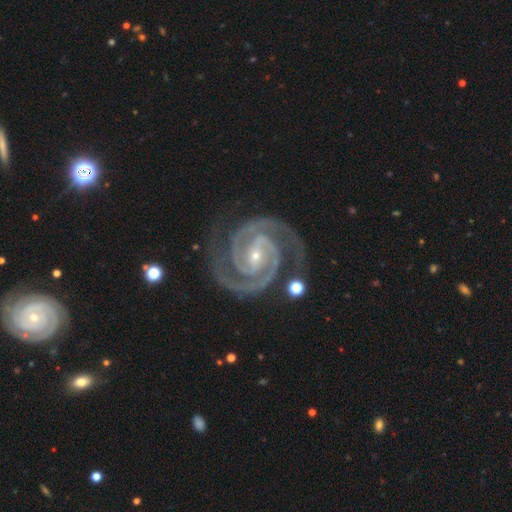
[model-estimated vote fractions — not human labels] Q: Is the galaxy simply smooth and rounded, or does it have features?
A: featured or disk — 94%.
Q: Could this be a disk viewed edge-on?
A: no — 98%.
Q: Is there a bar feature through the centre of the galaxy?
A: strong — 37%.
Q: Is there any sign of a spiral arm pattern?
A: yes — 99%.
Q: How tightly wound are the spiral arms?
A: tight — 74%.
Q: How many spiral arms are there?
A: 2 — 87%.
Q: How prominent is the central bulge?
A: small — 81%.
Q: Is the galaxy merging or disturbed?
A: none — 80%.